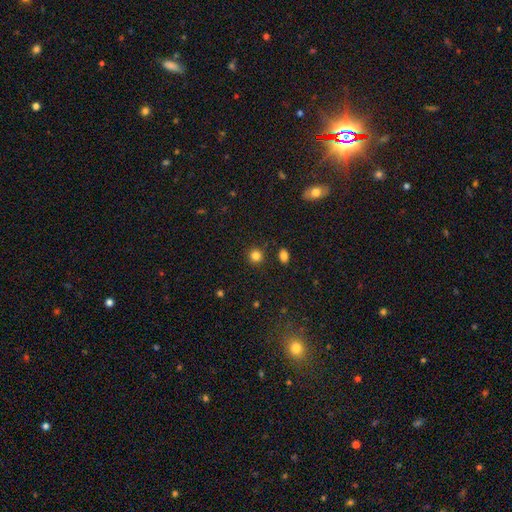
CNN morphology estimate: Smooth or featured? Predicted: smooth (p=0.83). How rounded? Predicted: round (p=0.91). Merging? Predicted: none (p=0.89).